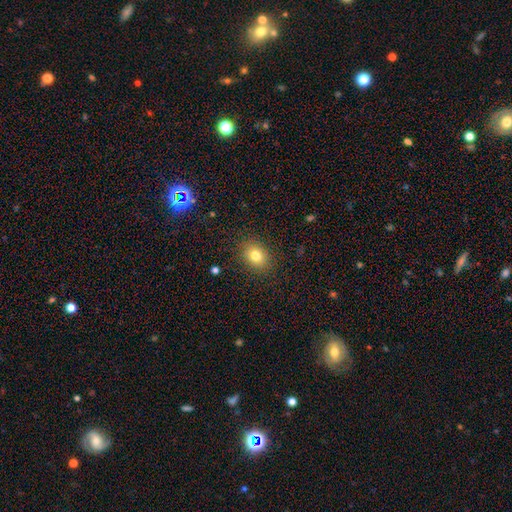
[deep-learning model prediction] Overall: smooth (79%). How rounded: in between (53%; round 46%). Merging: none (87%).